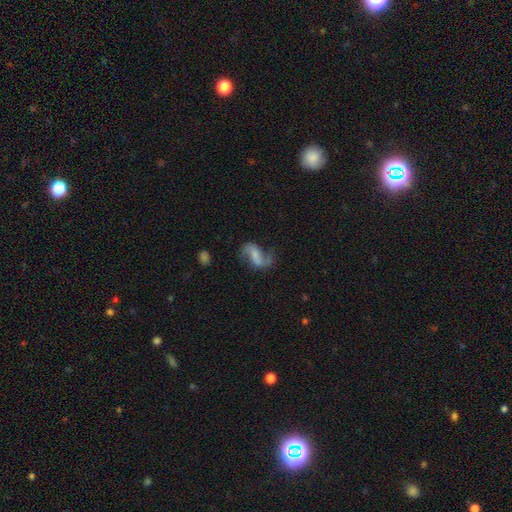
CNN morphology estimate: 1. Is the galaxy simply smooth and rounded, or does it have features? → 78% featured or disk, 14% smooth, 7% star or artifact.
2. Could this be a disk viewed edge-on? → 97% no, 3% yes.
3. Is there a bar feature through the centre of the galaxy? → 42% weak, 34% strong, 23% no.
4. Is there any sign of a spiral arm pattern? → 93% yes, 7% no.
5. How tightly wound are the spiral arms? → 69% loose, 26% medium, 6% tight.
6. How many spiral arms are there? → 91% 2, 4% 1, 3% can't tell, 1% 3, 1% 4, 1% more than 4.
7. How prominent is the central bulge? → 35% none (tied), 35% small (tied), 22% moderate, 6% large, 2% dominant.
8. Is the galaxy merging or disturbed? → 64% none, 18% minor disturbance, 14% major disturbance, 4% merger.